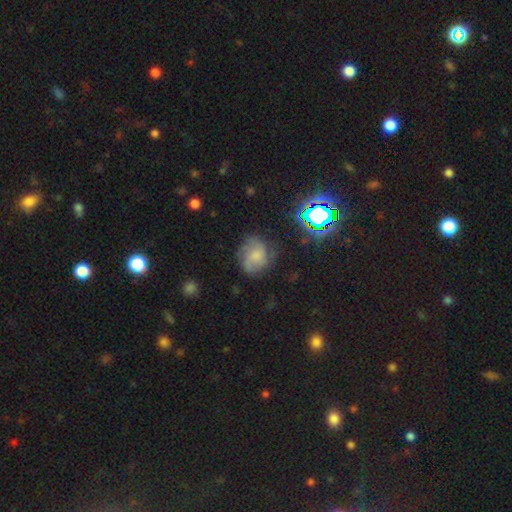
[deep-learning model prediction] Overall: featured or disk (51%; smooth 34%). Edge-on disk: no (97%). Merging: none (64%).